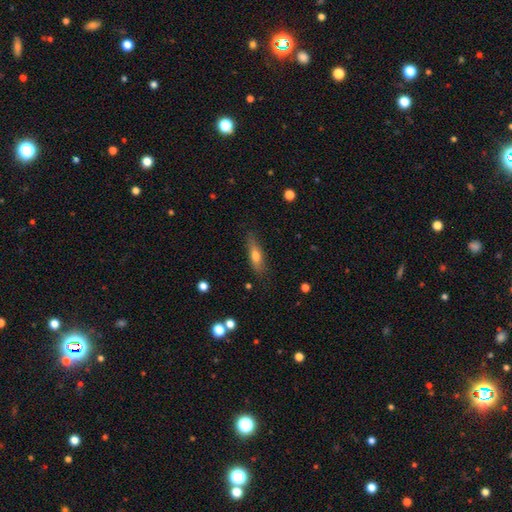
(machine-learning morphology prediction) Q: Smooth or featured?
A: smooth (62%); runner-up: featured or disk (31%)
Q: How rounded?
A: cigar-shaped (58%); runner-up: in between (39%)
Q: Merging?
A: none (78%); runner-up: minor disturbance (16%)